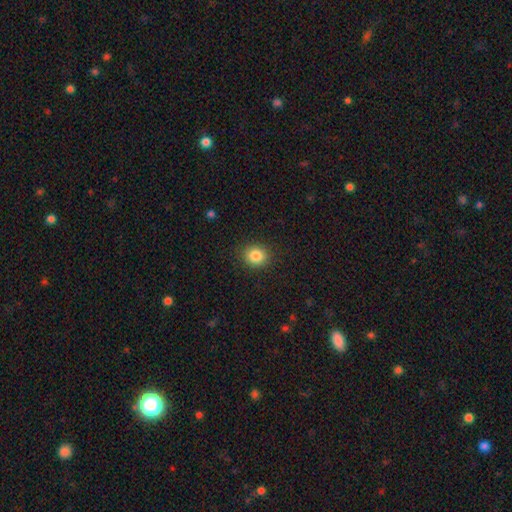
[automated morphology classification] type=smooth (85%); roundness=round (77%); merging=none (89%).